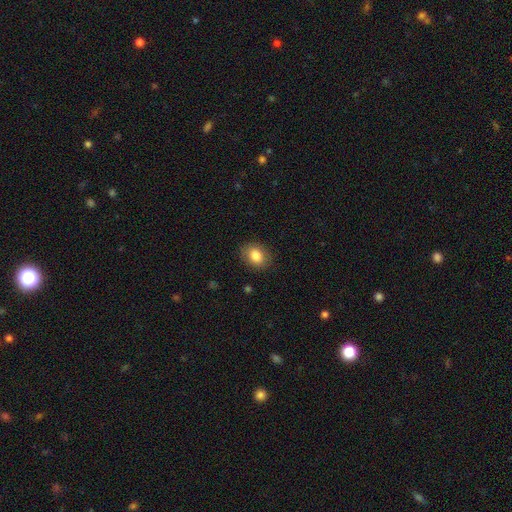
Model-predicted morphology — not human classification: Smooth or featured: smooth — 83% (star or artifact — 8%)
How rounded: in between — 62% (round — 37%)
Merging: none — 86% (minor disturbance — 10%)